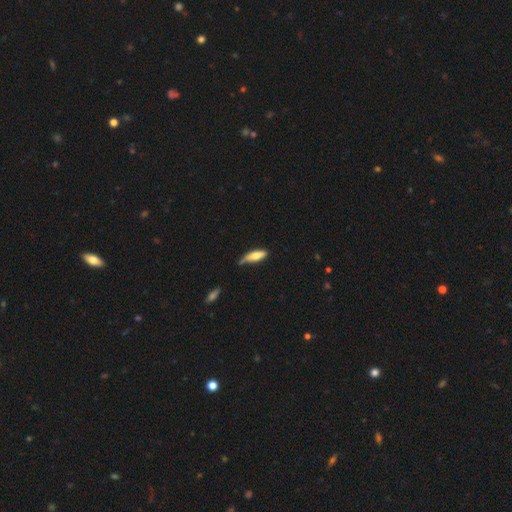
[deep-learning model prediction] A smooth galaxy with no disk features (68%) that is in between round and cigar-shaped (50%).

Vote fractions:
- Smooth or featured? smooth: 68% / featured or disk: 26% / star or artifact: 6%
- How rounded? in between: 50% / cigar-shaped: 47% / round: 2%
- Merging? none: 45% / minor disturbance: 40% / major disturbance: 10% / merger: 6%